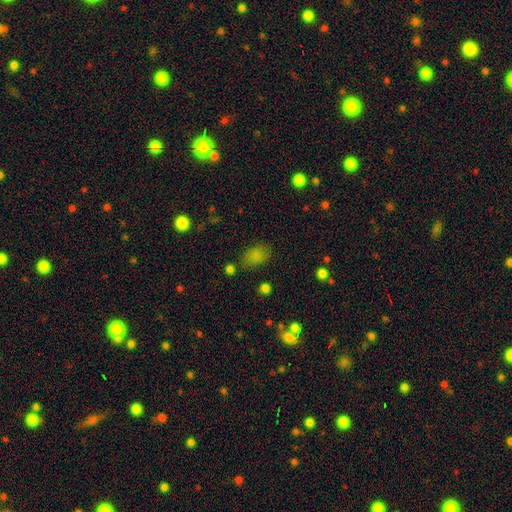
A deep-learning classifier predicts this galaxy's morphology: smooth 79%, star or artifact 15%, featured or disk 6%. Down the decision tree: how rounded — in between (83%); merging — none (69%).